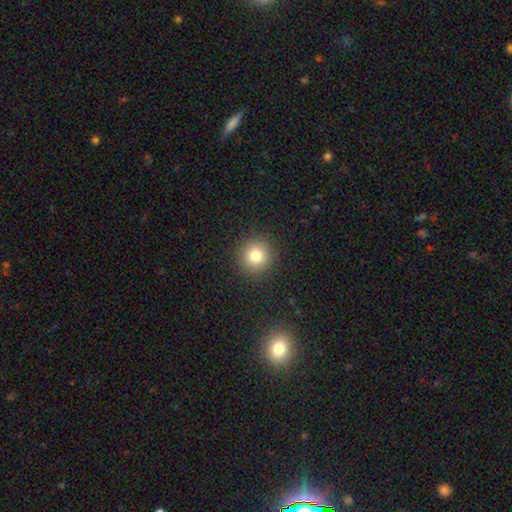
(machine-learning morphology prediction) This is likely a smooth galaxy (80%). How rounded: clearly round (93%). Merging: clearly none (90%).